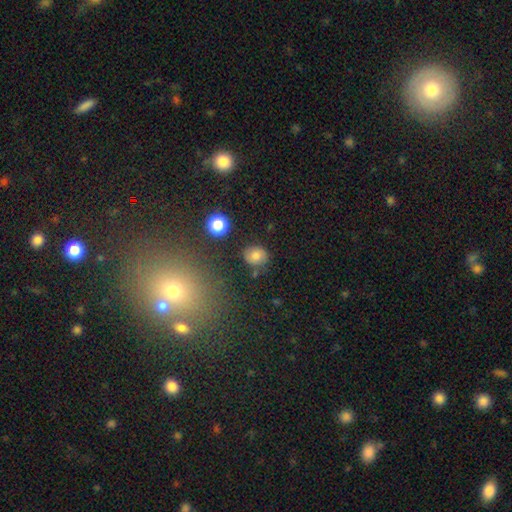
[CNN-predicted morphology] This appears to be a smooth galaxy with no disk features (77%) that is round (73%). Merging: none (78%).